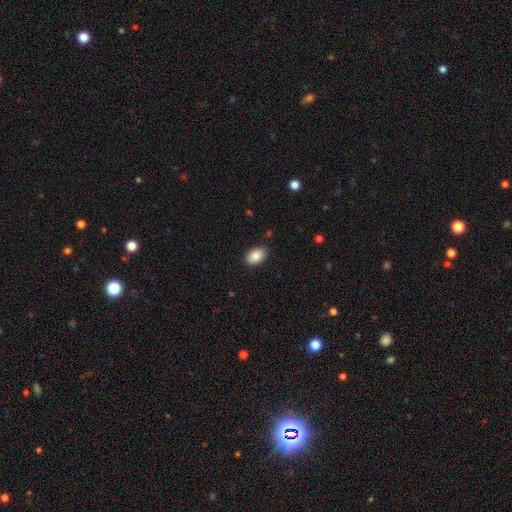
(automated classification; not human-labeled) Morphology: type=smooth (86%); roundness=in between (89%); merging=none (88%).